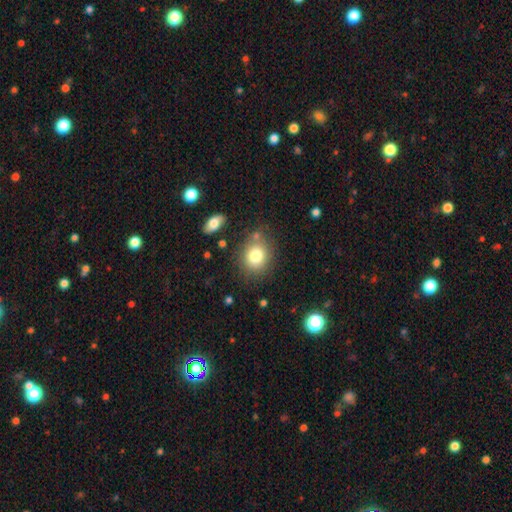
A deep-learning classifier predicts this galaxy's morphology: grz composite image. It shows a smooth galaxy with no disk features (79%) that is round (71%). Merging: none (76%).